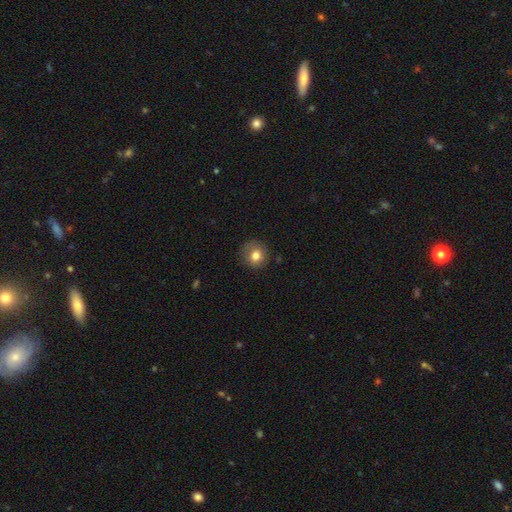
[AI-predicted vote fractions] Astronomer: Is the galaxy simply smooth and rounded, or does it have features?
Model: smooth — 80%.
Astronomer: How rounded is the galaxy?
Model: round — 88%.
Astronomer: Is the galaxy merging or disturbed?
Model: none — 82%.